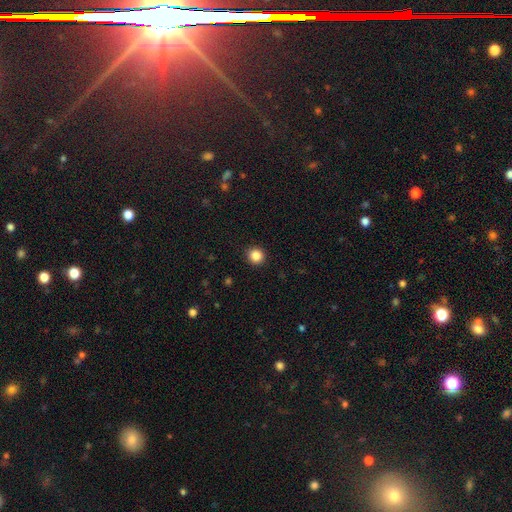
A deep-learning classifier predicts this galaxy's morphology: smooth-or-featured: smooth: 86% | star or artifact: 11% | featured or disk: 4%
  how-rounded: round: 93% | in between: 6% | cigar-shaped: 1%
  merging: none: 92% | minor disturbance: 5% | major disturbance: 2% | merger: 1%